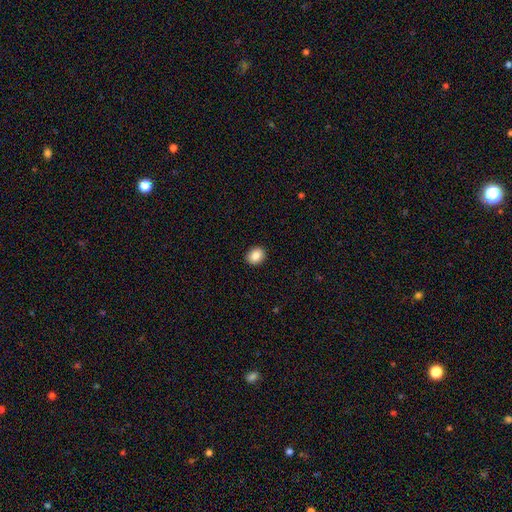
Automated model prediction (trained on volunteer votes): smooth_or_featured: smooth (p=0.86) [alt: star or artifact p=0.09]
how_rounded: round (p=0.62) [alt: in between p=0.37]
merging: none (p=0.92) [alt: minor disturbance p=0.06]